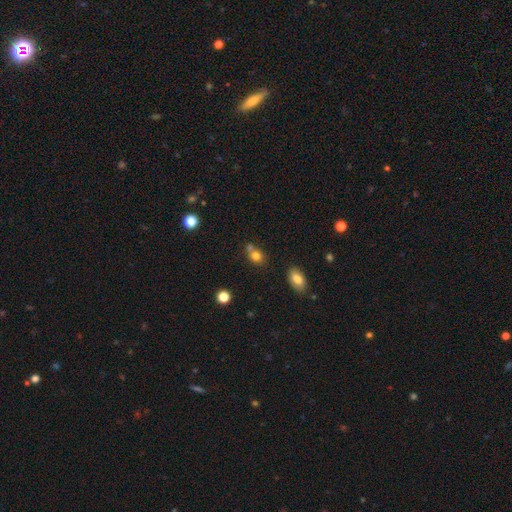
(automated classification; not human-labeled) smooth-or-featured: smooth: 78% | star or artifact: 12% | featured or disk: 9%
  how-rounded: round: 62% | in between: 37% | cigar-shaped: 1%
  merging: none: 47% | merger: 35% | minor disturbance: 14% | major disturbance: 5%